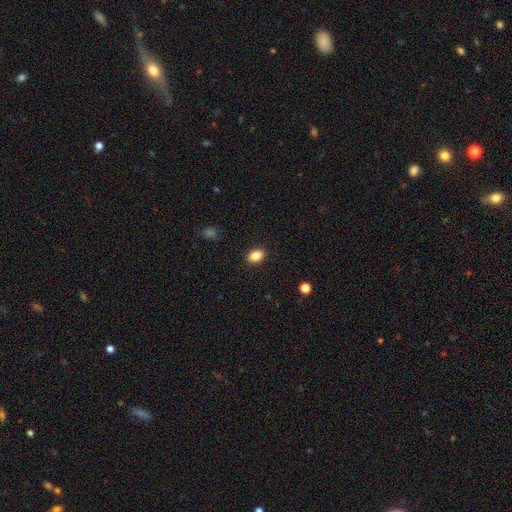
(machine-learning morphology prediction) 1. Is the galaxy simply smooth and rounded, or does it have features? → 86% smooth, 9% star or artifact, 5% featured or disk.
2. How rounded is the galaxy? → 77% in between, 22% round, 1% cigar-shaped.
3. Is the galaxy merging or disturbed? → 90% none, 7% minor disturbance, 2% major disturbance, 1% merger.